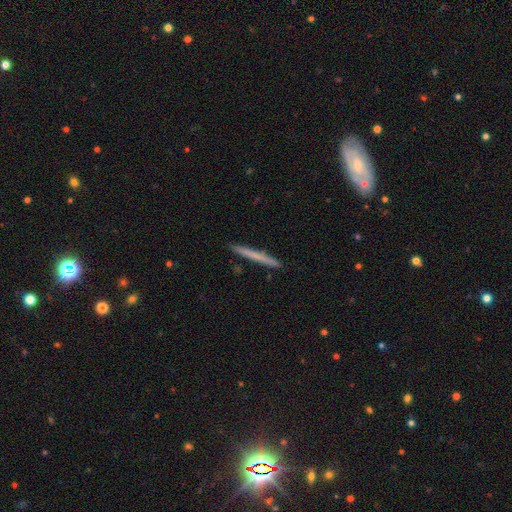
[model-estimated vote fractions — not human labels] smooth-or-featured: smooth: 59% | featured or disk: 36% | star or artifact: 6%
  how-rounded: cigar-shaped: 97% | in between: 2% | round: 1%
  merging: none: 92% | minor disturbance: 6% | merger: 1% | major disturbance: 1%